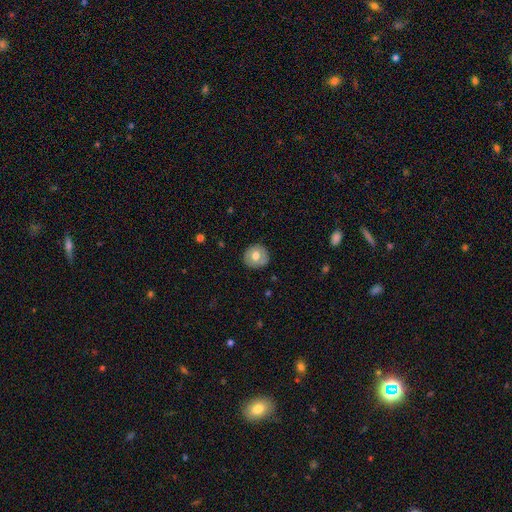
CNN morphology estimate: Smooth or featured: smooth — 66% (featured or disk — 27%)
How rounded: round — 89% (in between — 10%)
Merging: none — 87% (minor disturbance — 10%)